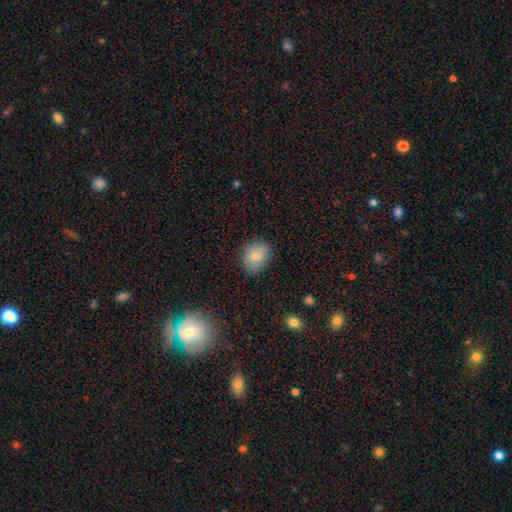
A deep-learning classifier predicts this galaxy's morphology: type=smooth (81%); roundness=in between (54%); merging=none (82%).